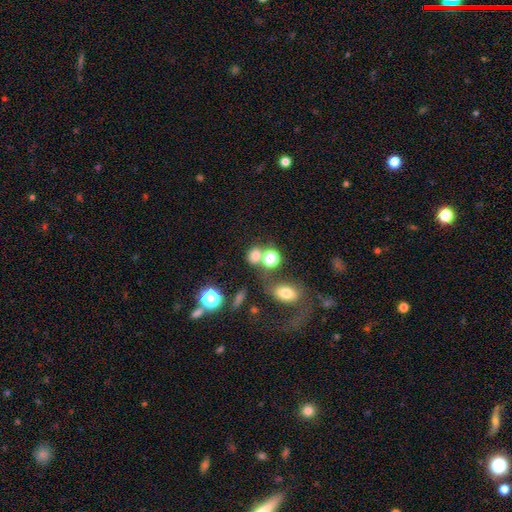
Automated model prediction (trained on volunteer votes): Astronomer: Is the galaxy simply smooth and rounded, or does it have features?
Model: smooth — 72%.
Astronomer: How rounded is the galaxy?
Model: round — 62%.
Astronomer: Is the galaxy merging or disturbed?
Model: none — 52% (runner-up: merger, 30%).